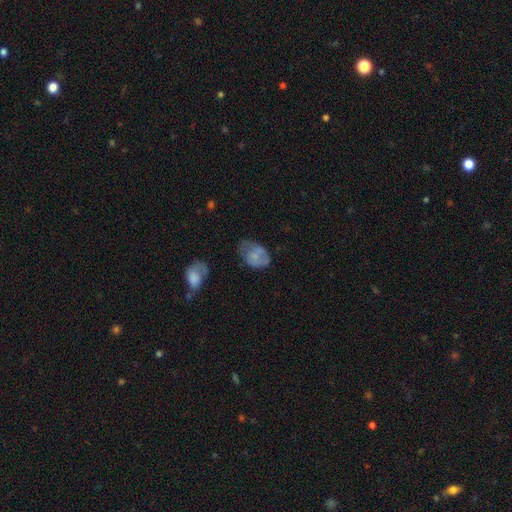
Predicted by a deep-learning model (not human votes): Smooth or featured? smooth (62%)
How rounded? in between (77%)
Merging? none (37%)